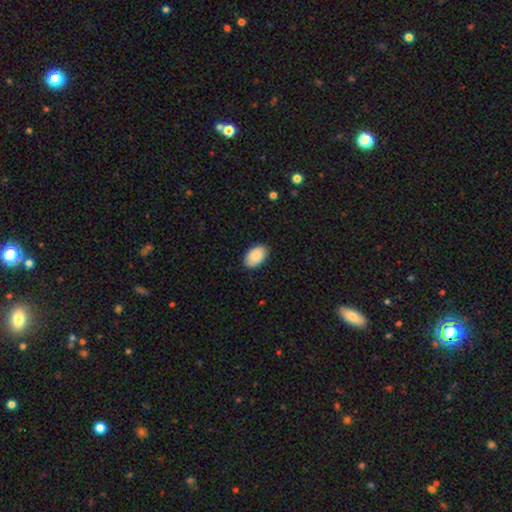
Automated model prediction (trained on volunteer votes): Smooth or featured?
  - smooth: 90% *
  - star or artifact: 6%
  - featured or disk: 4%
How rounded?
  - in between: 94% *
  - round: 5%
  - cigar-shaped: 1%
Merging?
  - none: 86% *
  - minor disturbance: 11%
  - major disturbance: 2%
  - merger: 1%